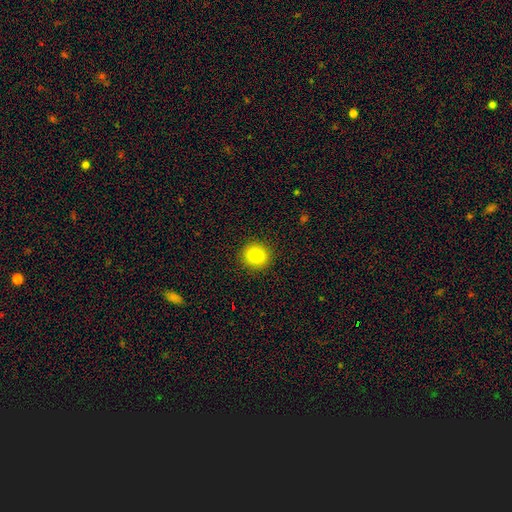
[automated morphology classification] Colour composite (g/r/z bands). It shows a smooth galaxy with no disk features (82%) that is round (85%). Merging: none (91%).